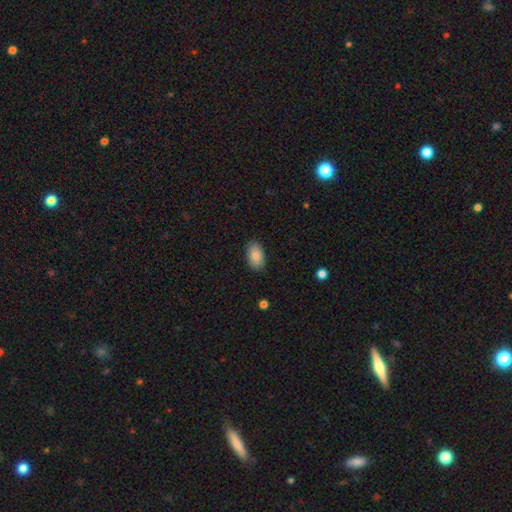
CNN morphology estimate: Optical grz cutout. It shows a smooth galaxy with no disk features (86%) that is in between round and cigar-shaped (93%). Merging: none (86%).